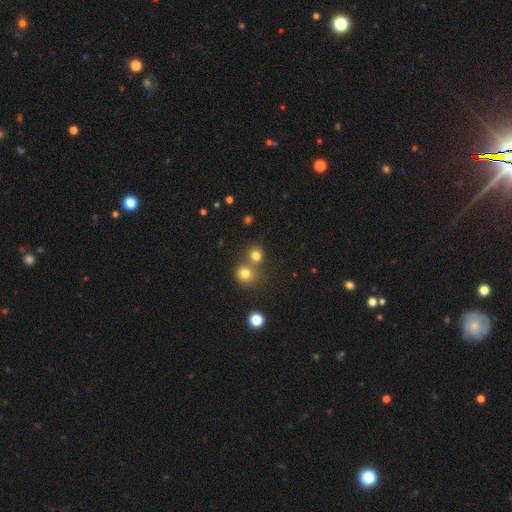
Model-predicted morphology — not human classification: Q: Smooth or featured?
A: smooth (77%); runner-up: star or artifact (15%)
Q: How rounded?
A: round (83%); runner-up: in between (16%)
Q: Merging?
A: none (52%); runner-up: merger (38%)